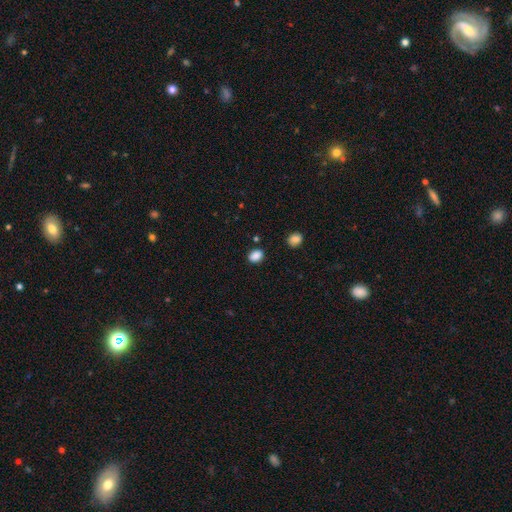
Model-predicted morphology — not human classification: Overall: smooth (87%). How rounded: in between (67%; round 32%). Merging: none (84%).